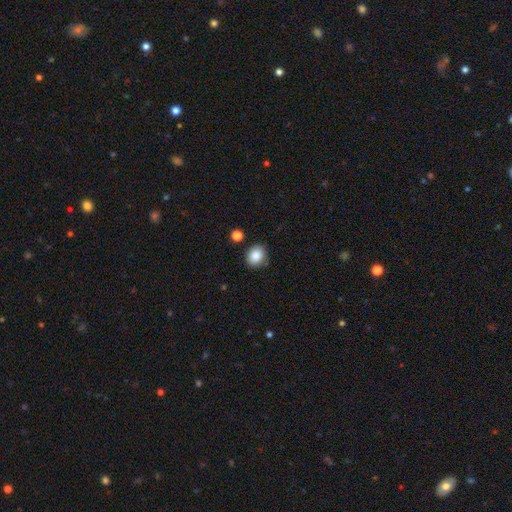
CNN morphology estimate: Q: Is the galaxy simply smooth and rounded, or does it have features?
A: smooth — 86%.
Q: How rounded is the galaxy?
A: round — 60%.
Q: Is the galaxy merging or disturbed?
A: none — 81%.